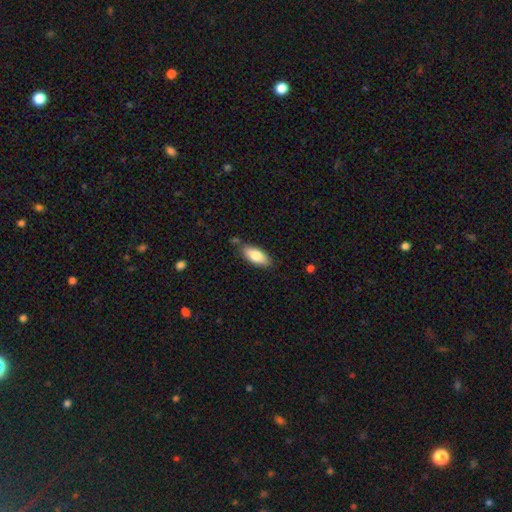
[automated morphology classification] Q: Smooth or featured?
A: smooth (80%); runner-up: featured or disk (14%)
Q: How rounded?
A: in between (84%); runner-up: cigar-shaped (14%)
Q: Merging?
A: none (77%); runner-up: minor disturbance (15%)